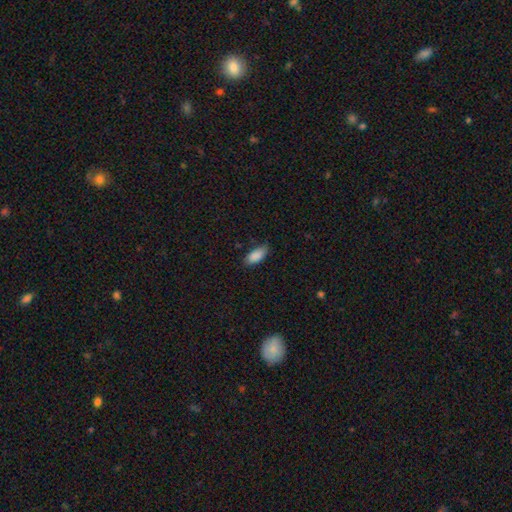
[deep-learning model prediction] smooth-or-featured: smooth: 89% | star or artifact: 7% | featured or disk: 4%
  how-rounded: in between: 88% | cigar-shaped: 10% | round: 2%
  merging: none: 79% | minor disturbance: 17% | major disturbance: 3% | merger: 1%